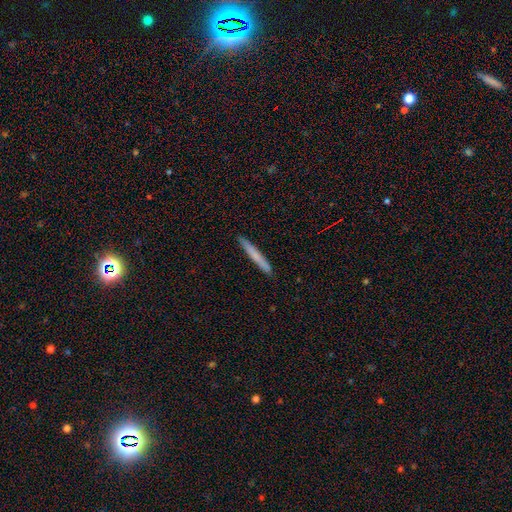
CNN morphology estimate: Smooth or featured? Predicted: smooth (p=0.68). How rounded? Predicted: cigar-shaped (p=0.97). Merging? Predicted: none (p=0.92).